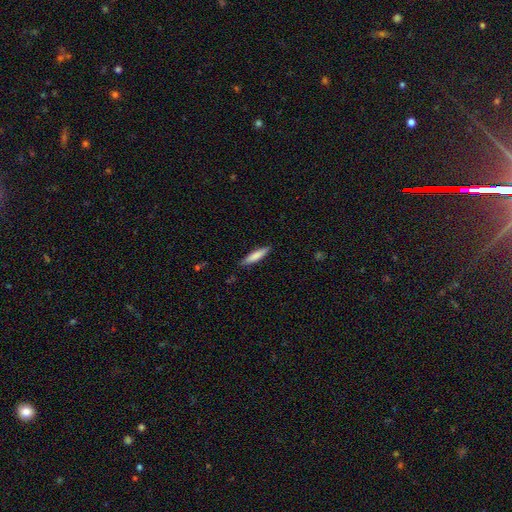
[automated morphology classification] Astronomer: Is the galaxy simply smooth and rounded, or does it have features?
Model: smooth — 79%.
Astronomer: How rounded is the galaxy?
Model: cigar-shaped — 82%.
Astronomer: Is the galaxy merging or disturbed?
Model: none — 87%.